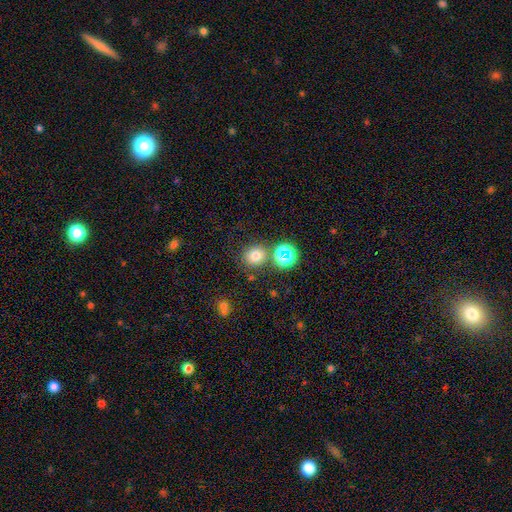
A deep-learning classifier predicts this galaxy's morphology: This is likely a smooth galaxy (72%). How rounded: clearly round (82%). Merging: likely none (76%).